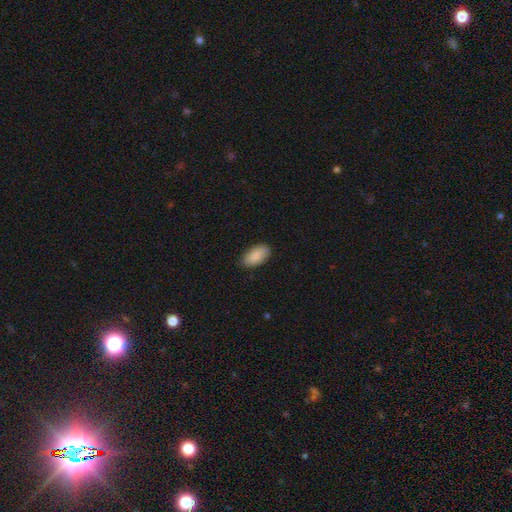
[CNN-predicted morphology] Q: Smooth or featured?
A: smooth (90%); runner-up: star or artifact (6%)
Q: How rounded?
A: in between (94%); runner-up: cigar-shaped (3%)
Q: Merging?
A: none (86%); runner-up: minor disturbance (11%)